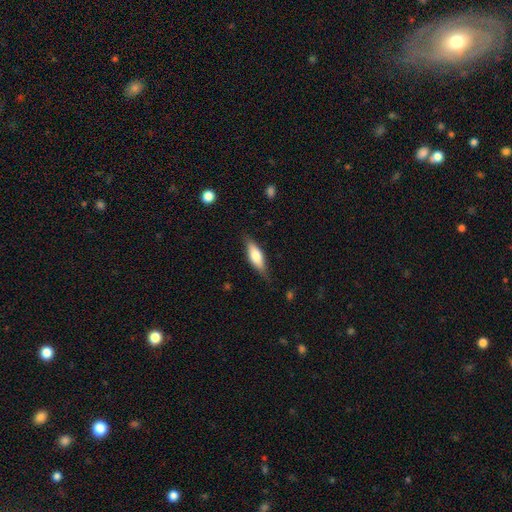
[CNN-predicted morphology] smooth_or_featured: smooth (p=0.61) [alt: featured or disk p=0.33]
how_rounded: in between (p=0.55) [alt: cigar-shaped p=0.43]
merging: none (p=0.78) [alt: minor disturbance p=0.17]